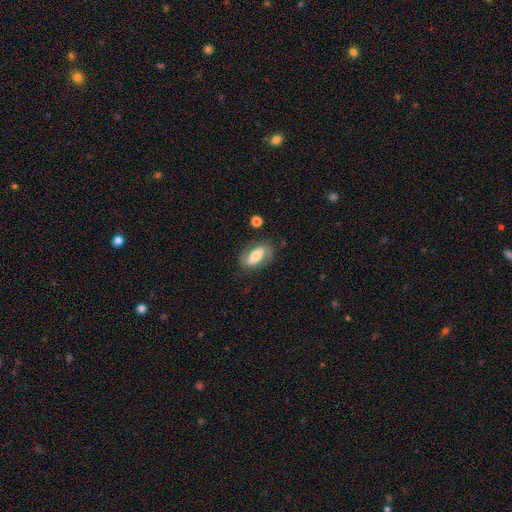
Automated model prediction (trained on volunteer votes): This is likely a featured or disk galaxy (64%). It is clearly not viewed edge-on (92%). Bar: marginally strong (44%). Spiral arm pattern: clearly yes (84%). Central bulge: possibly moderate (56%). Merging: likely none (73%).